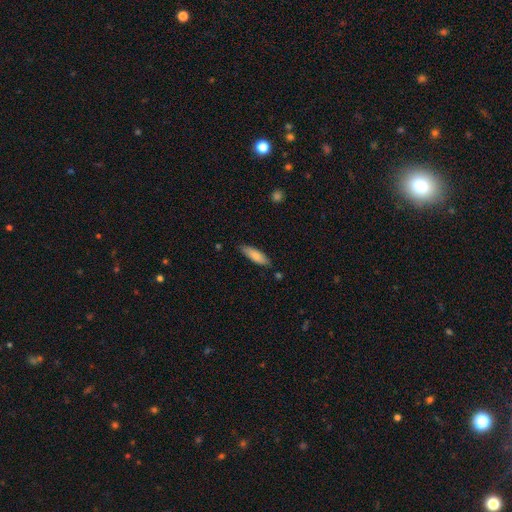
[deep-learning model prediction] This is likely a smooth galaxy (79%). How rounded: possibly cigar-shaped (54%). Merging: clearly none (81%).